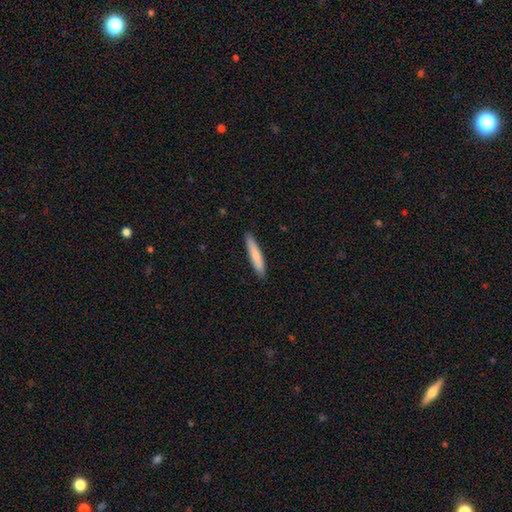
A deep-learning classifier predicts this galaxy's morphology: A smooth galaxy with no disk features (80%) that is cigar-shaped (93%). Merging: none (90%).